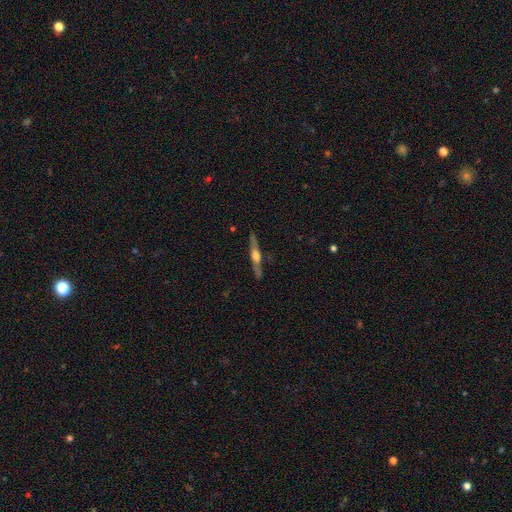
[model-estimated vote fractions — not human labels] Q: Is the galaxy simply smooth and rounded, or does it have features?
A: featured or disk — 71%.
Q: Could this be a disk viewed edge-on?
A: yes — 96%.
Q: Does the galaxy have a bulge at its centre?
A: rounded — 87%.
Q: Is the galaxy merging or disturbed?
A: none — 86%.